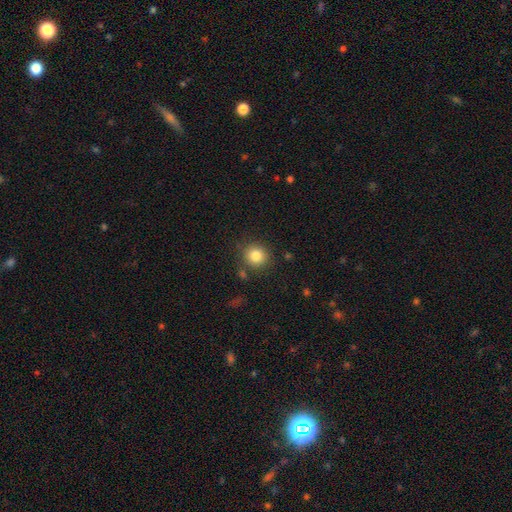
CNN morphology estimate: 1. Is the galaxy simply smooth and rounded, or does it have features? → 83% smooth, 10% star or artifact, 6% featured or disk.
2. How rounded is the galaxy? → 90% round, 9% in between, 1% cigar-shaped.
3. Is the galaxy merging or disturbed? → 84% none, 9% minor disturbance, 4% merger, 3% major disturbance.